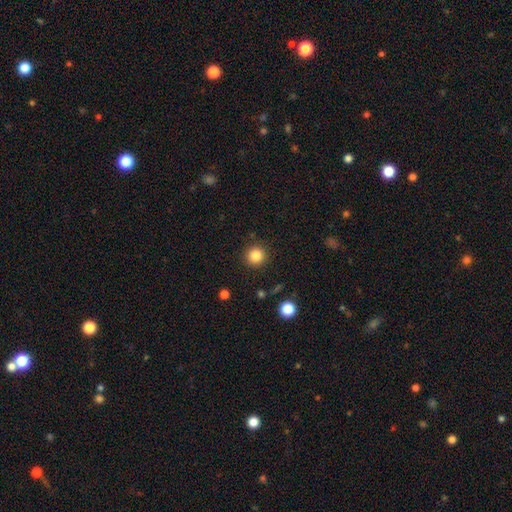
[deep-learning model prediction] A smooth galaxy with no disk features (84%) that is round (94%). Merging: none (90%).